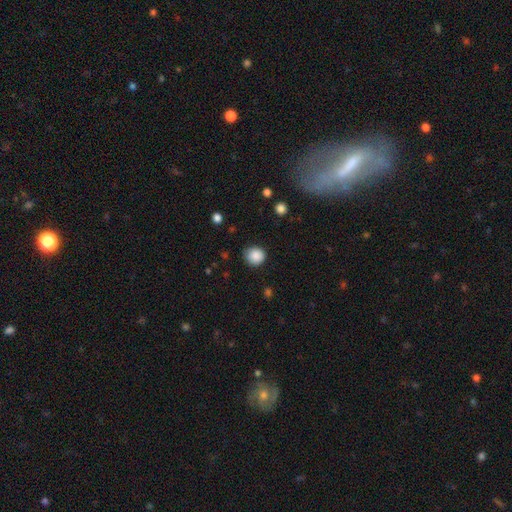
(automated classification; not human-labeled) Smooth or featured?
  - smooth: 88% *
  - star or artifact: 9%
  - featured or disk: 3%
How rounded?
  - round: 86% *
  - in between: 13%
  - cigar-shaped: 1%
Merging?
  - none: 80% *
  - minor disturbance: 15%
  - major disturbance: 3%
  - merger: 1%